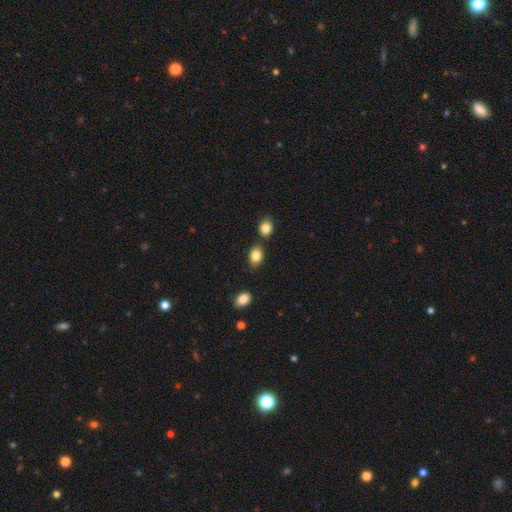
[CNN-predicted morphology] smooth-or-featured: smooth: 84% | star or artifact: 9% | featured or disk: 7%
  how-rounded: in between: 75% | round: 24% | cigar-shaped: 1%
  merging: none: 72% | minor disturbance: 13% | merger: 12% | major disturbance: 3%